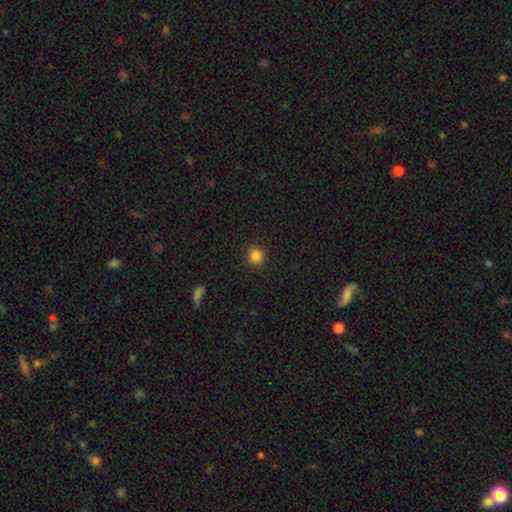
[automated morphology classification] This appears to be a smooth galaxy with no disk features (84%) that is round (92%). Merging: none (90%).